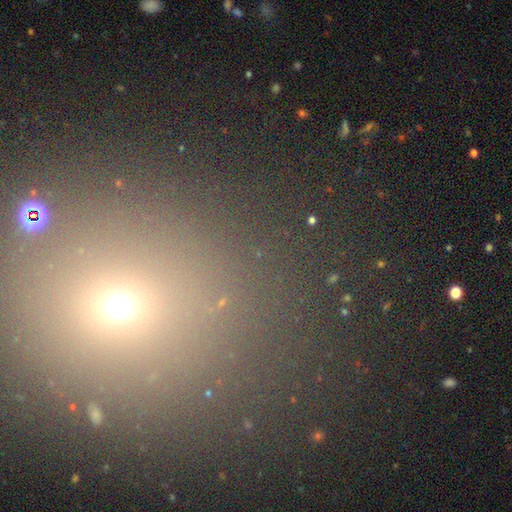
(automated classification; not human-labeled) Smooth or featured? Predicted: smooth (p=0.48). Merging? Predicted: none (p=0.84).